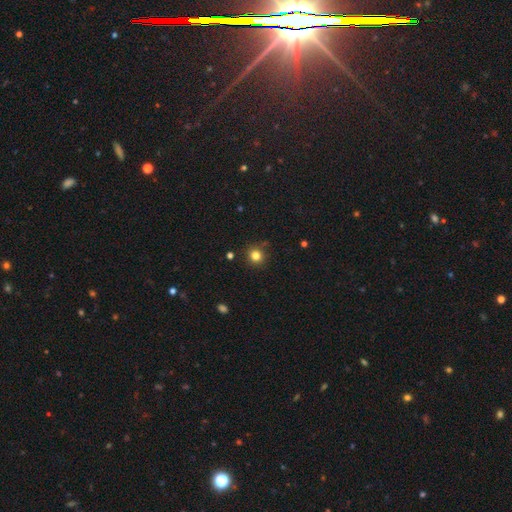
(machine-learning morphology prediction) Smooth or featured?
  - smooth: 81% *
  - star or artifact: 14%
  - featured or disk: 5%
How rounded?
  - round: 92% *
  - in between: 7%
  - cigar-shaped: 1%
Merging?
  - none: 88% *
  - minor disturbance: 7%
  - merger: 2%
  - major disturbance: 2%